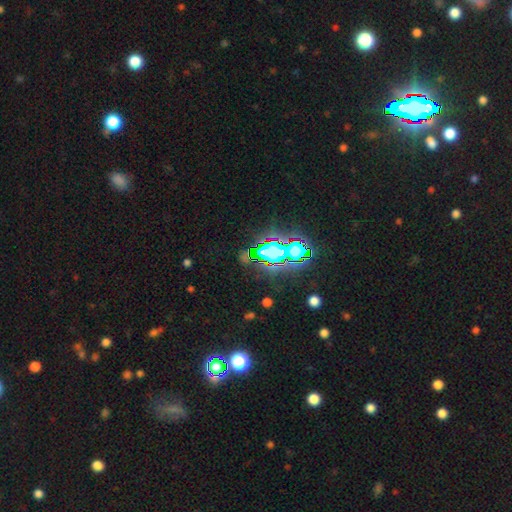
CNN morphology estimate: Smooth or featured?
  - star or artifact: 79% *
  - smooth: 13%
  - featured or disk: 9%